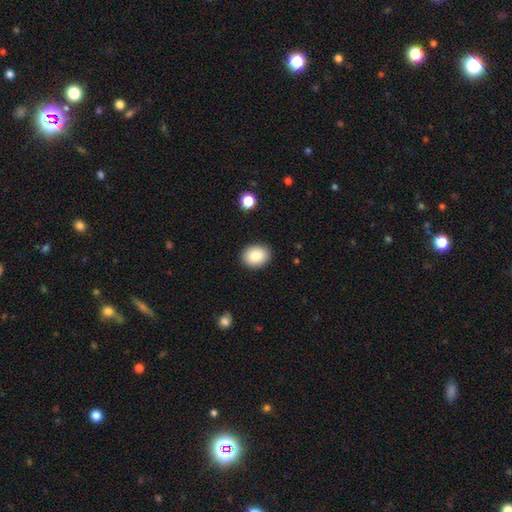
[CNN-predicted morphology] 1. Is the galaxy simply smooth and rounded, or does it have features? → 84% smooth, 8% star or artifact, 8% featured or disk.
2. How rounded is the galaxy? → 50% in between, 49% round, 1% cigar-shaped.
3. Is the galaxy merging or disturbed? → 89% none, 8% minor disturbance, 2% major disturbance, 1% merger.